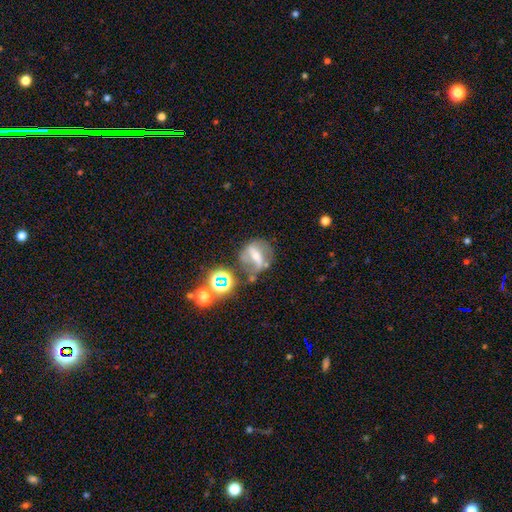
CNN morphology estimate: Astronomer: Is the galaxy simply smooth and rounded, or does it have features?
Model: featured or disk — 58%.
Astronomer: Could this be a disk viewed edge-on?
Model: no — 90%.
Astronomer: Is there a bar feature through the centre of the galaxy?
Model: strong — 54%.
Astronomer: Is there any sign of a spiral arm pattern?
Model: yes — 55% (runner-up: no, 45%).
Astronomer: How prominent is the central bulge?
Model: moderate — 44%, tied with small at 44%.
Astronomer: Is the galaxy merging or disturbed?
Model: none — 51%.